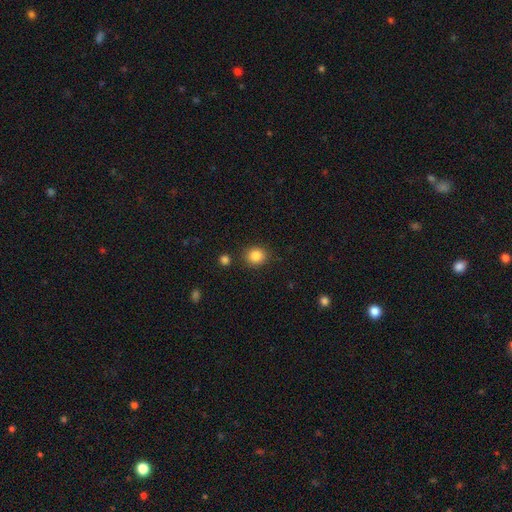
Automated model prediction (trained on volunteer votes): smooth-or-featured: smooth: 85% | star or artifact: 10% | featured or disk: 4%
  how-rounded: round: 82% | in between: 17% | cigar-shaped: 1%
  merging: none: 86% | minor disturbance: 8% | merger: 3% | major disturbance: 3%